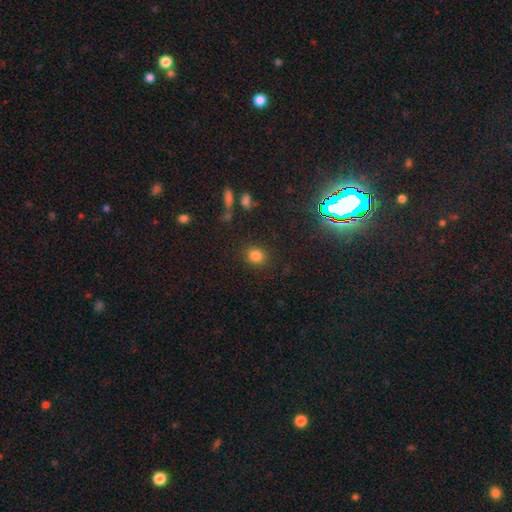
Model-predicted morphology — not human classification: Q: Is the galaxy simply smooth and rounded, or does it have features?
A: smooth — 81%.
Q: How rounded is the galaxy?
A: round — 75%.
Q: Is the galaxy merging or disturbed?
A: none — 86%.